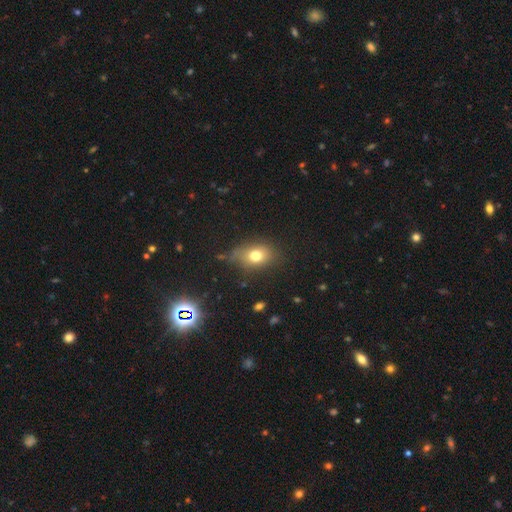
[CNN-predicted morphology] type=smooth (74%); roundness=in between (66%); merging=none (65%).